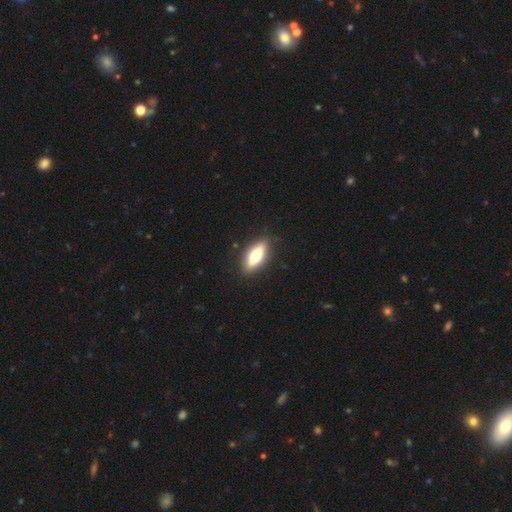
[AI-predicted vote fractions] The model was most divided on "smooth or featured": smooth: 60%, featured or disk: 34%, star or artifact: 7%. More confident: merging — none (88%); how rounded — in between (65%).